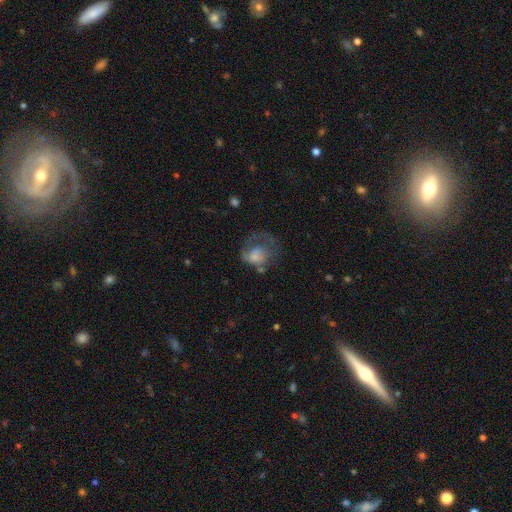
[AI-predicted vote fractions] Overall: smooth (48%; featured or disk 43%). Merging: major disturbance (51%; none 24%).